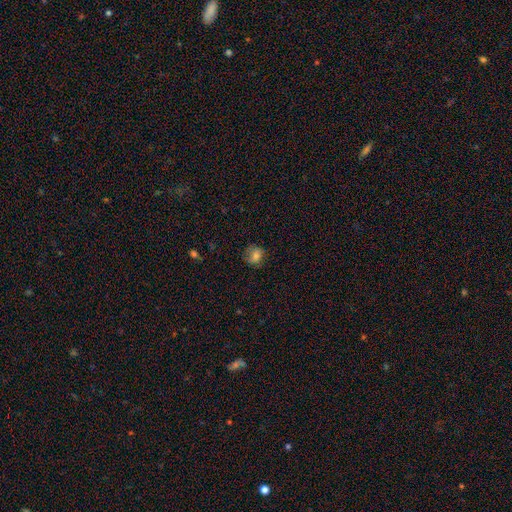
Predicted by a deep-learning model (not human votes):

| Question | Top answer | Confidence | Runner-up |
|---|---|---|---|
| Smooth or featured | smooth | 74% | featured or disk (14%) |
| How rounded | round | 71% | in between (28%) |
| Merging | none | 72% | minor disturbance (20%) |